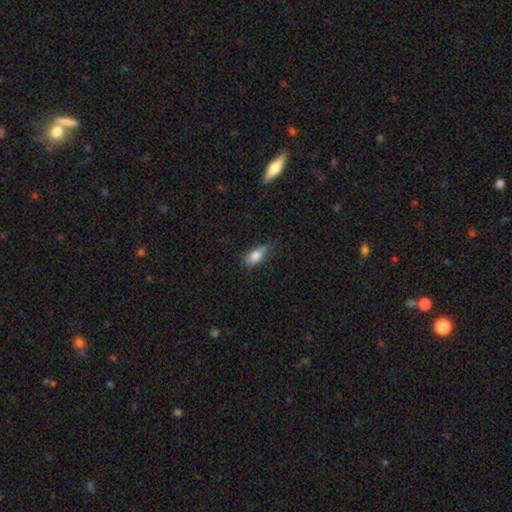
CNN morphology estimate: smooth 80%, featured or disk 12%, star or artifact 8%. Down the decision tree: how rounded — in between (80%); merging — none (66%).